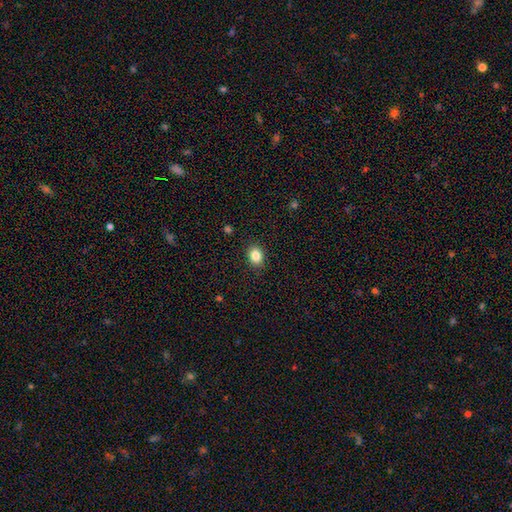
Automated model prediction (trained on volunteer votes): Q: Smooth or featured?
A: smooth (85%); runner-up: star or artifact (10%)
Q: How rounded?
A: in between (62%); runner-up: round (37%)
Q: Merging?
A: none (89%); runner-up: minor disturbance (8%)